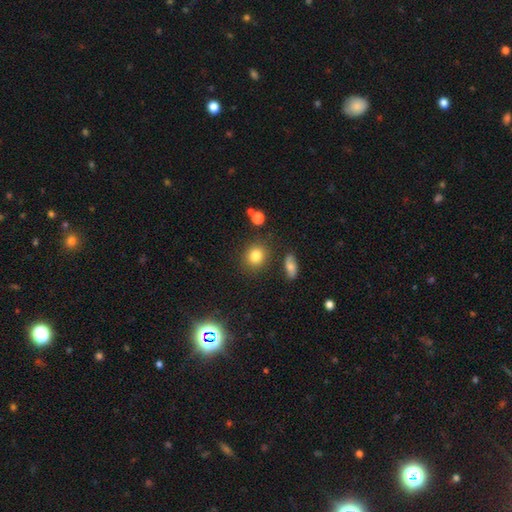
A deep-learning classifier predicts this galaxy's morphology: smooth-or-featured: smooth: 81% | star or artifact: 12% | featured or disk: 7%
  how-rounded: round: 76% | in between: 22% | cigar-shaped: 1%
  merging: none: 83% | minor disturbance: 9% | merger: 4% | major disturbance: 3%